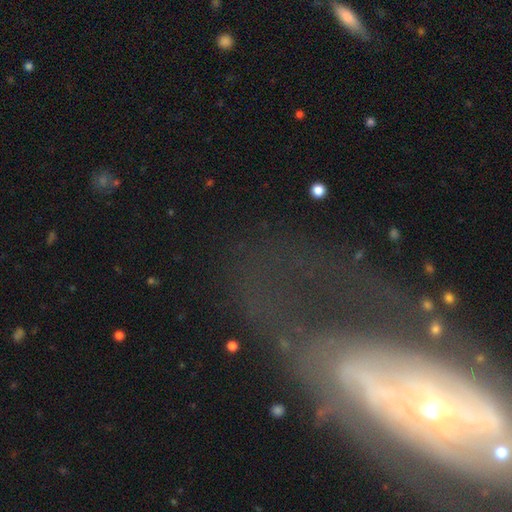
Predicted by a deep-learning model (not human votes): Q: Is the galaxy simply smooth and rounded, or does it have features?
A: featured or disk — 63%.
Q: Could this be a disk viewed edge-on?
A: no — 82%.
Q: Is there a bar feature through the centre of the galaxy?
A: no — 65%.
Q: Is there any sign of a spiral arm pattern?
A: yes — 51%.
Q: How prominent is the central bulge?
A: small — 52%.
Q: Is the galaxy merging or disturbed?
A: none — 43%.